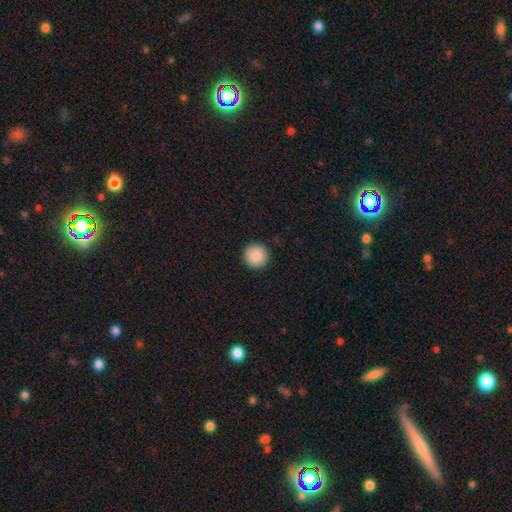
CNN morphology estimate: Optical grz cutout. It shows a smooth galaxy with no disk features (90%) that is round (96%). Merging: none (93%).